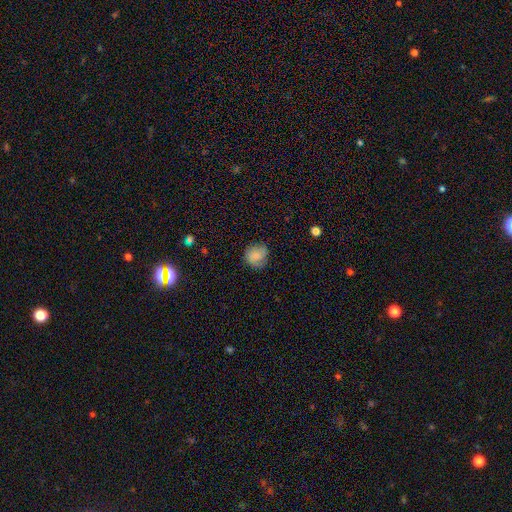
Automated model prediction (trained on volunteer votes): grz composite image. It shows a smooth galaxy with no disk features (60%) that is round (84%). Merging: none (71%).